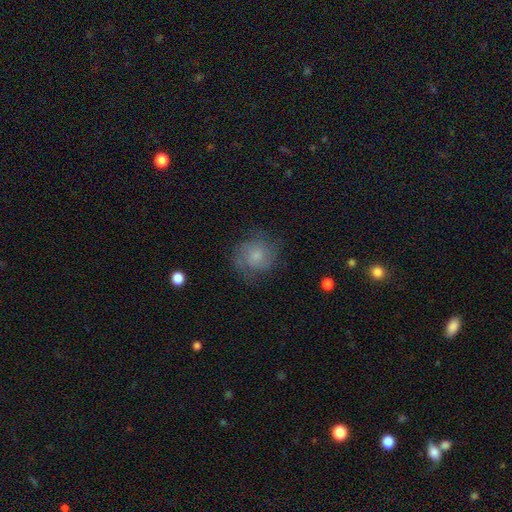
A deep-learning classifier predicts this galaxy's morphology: Smooth or featured? Predicted: featured or disk (p=0.48). Merging? Predicted: none (p=0.70).